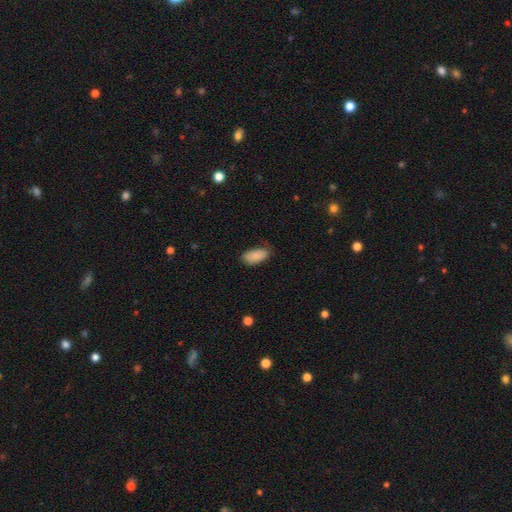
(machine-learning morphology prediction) This is clearly a smooth galaxy (88%). How rounded: clearly in between (92%). Merging: likely none (67%).